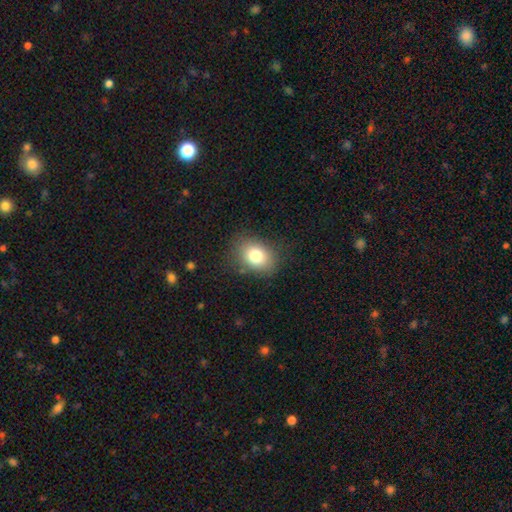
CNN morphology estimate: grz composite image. It shows a smooth galaxy with no disk features (79%) that is in between round and cigar-shaped (63%). Merging: none (81%).